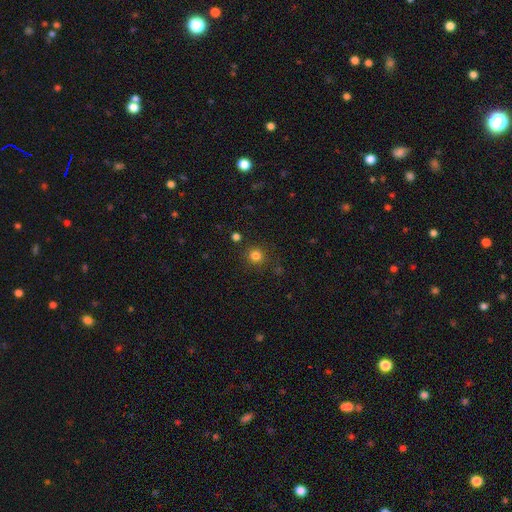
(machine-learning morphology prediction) The model was most divided on "smooth or featured": smooth: 81%, star or artifact: 15%, featured or disk: 4%. More confident: how rounded — round (91%); merging — none (85%).